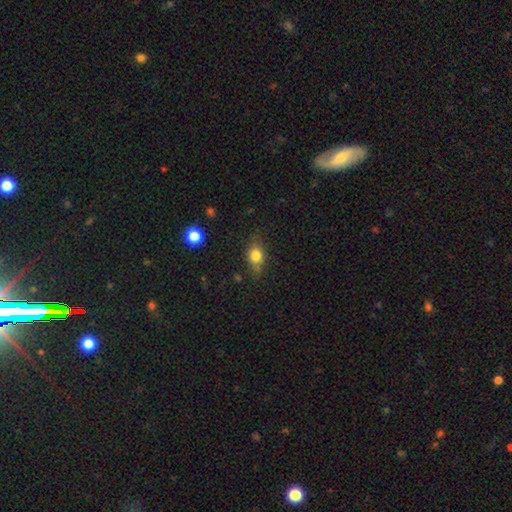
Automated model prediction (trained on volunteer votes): Smooth or featured? smooth (77%)
How rounded? in between (57%)
Merging? none (68%)